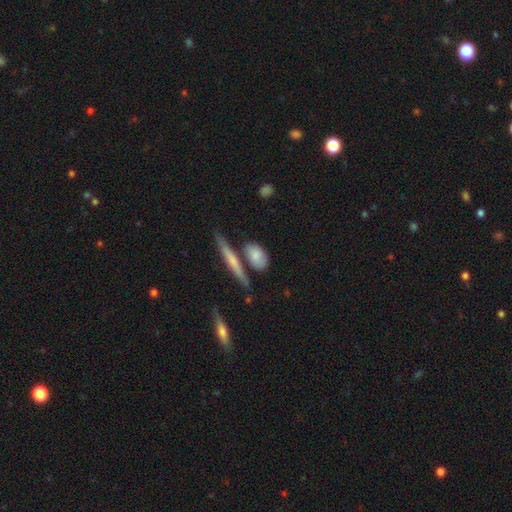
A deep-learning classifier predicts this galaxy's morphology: Smooth or featured?
  - smooth: 73% *
  - featured or disk: 21%
  - star or artifact: 6%
How rounded?
  - in between: 66% *
  - cigar-shaped: 23%
  - round: 11%
Merging?
  - none: 56% *
  - minor disturbance: 21%
  - merger: 17%
  - major disturbance: 7%